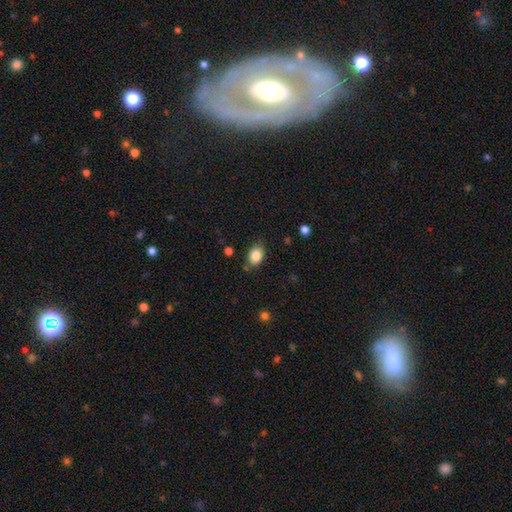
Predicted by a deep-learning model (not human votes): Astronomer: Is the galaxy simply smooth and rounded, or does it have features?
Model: smooth — 85%.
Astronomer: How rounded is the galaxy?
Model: in between — 74%.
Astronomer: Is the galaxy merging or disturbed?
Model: none — 76%.